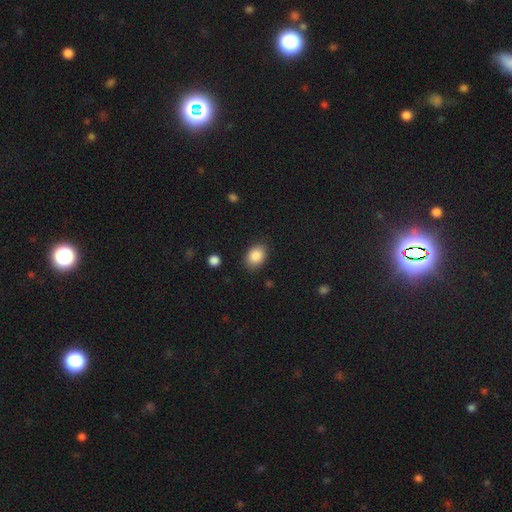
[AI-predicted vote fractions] Overall: smooth (88%). How rounded: in between (71%). Merging: none (85%).